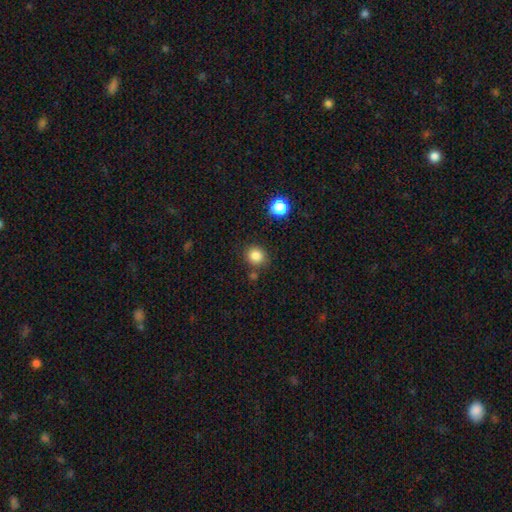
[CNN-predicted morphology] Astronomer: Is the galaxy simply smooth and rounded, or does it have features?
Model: smooth — 85%.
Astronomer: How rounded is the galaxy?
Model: round — 83%.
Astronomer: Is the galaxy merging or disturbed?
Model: none — 82%.